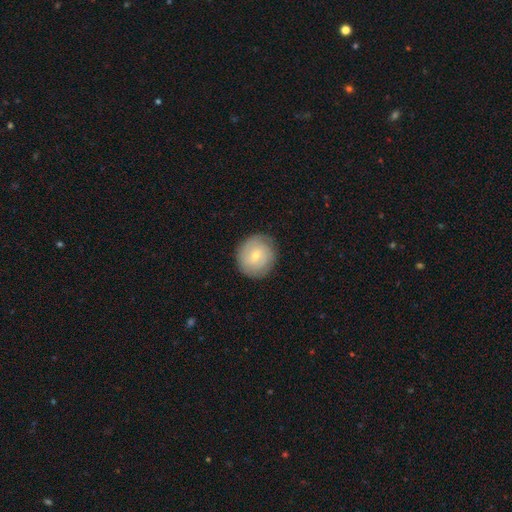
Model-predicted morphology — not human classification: This appears to be a smooth galaxy with no disk features (50%) that is round (90%). Merging: none (85%).